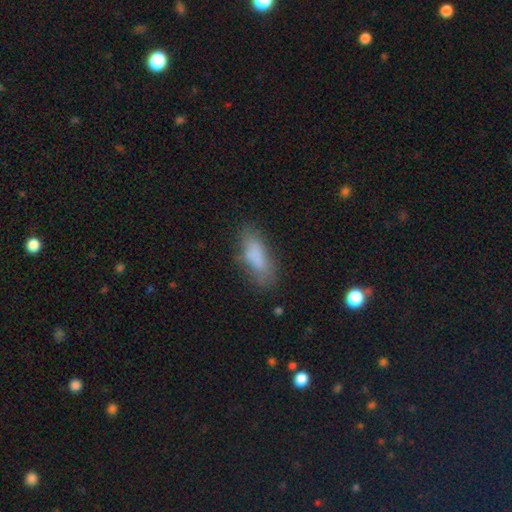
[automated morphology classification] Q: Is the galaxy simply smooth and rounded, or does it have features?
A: smooth — 78%.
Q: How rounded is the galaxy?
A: in between — 65%.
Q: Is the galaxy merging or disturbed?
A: none — 65%.